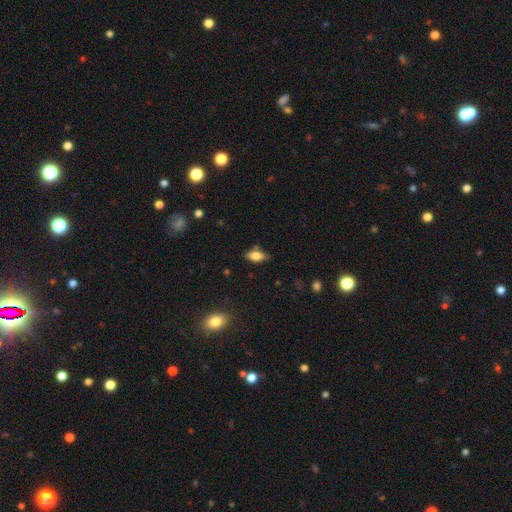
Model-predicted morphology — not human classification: Smooth or featured: smooth — 68% (featured or disk — 23%)
How rounded: in between — 84% (cigar-shaped — 12%)
Merging: none — 68% (minor disturbance — 22%)